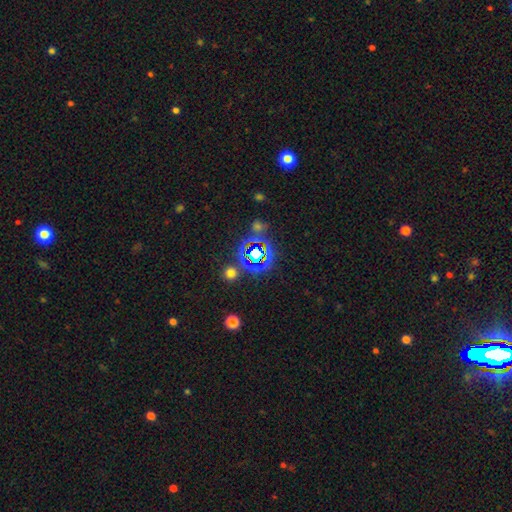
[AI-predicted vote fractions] A star or artifact, not a galaxy (69%).